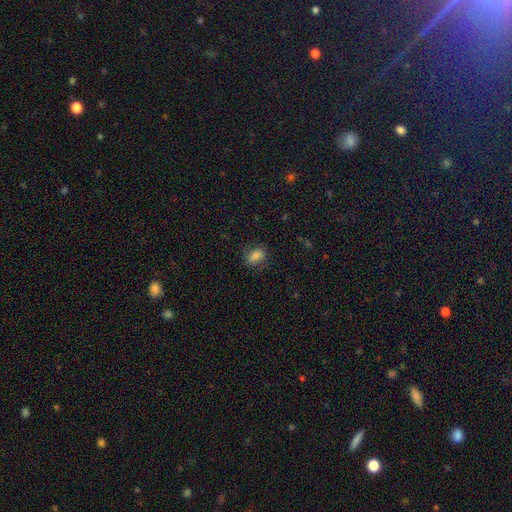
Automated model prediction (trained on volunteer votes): Overall: smooth (82%). How rounded: in between (77%). Merging: none (78%).